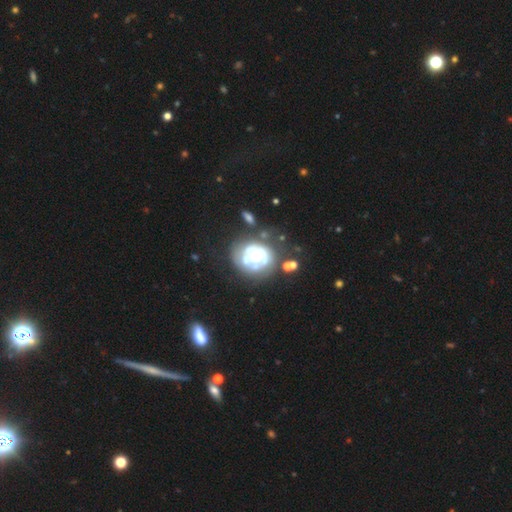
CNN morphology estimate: Q: Smooth or featured?
A: featured or disk (71%); runner-up: smooth (22%)
Q: Edge-on disk?
A: no (97%); runner-up: yes (3%)
Q: Bar?
A: no (85%); runner-up: weak (12%)
Q: Spiral arms?
A: yes (54%); runner-up: no (46%)
Q: Bulge size?
A: moderate (63%); runner-up: small (23%)
Q: Merging?
A: none (51%); runner-up: minor disturbance (22%)